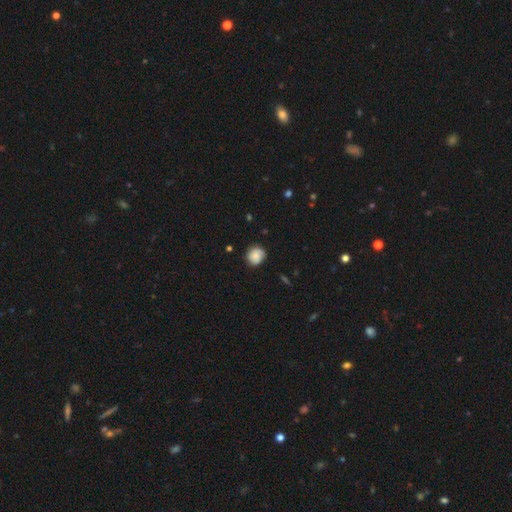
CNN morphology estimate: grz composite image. It shows a smooth galaxy with no disk features (67%) that is round (85%). Merging: none (77%).